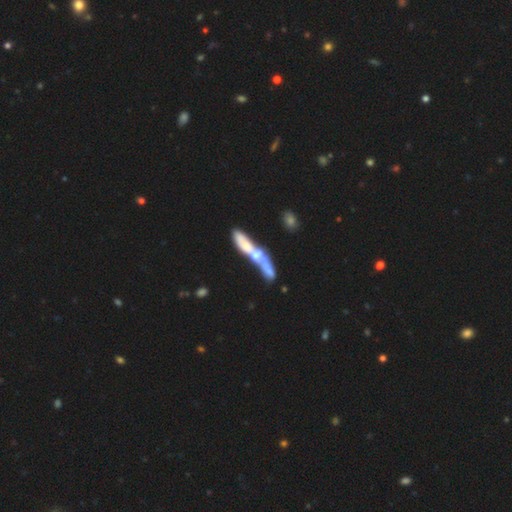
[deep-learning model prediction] A featured or disk galaxy (51%).

Vote fractions:
- Smooth or featured? featured or disk: 51% / smooth: 40% / star or artifact: 9%
- Edge-on disk? no: 64% / yes: 36%
- Merging? merger: 63% / none: 17% / major disturbance: 11% / minor disturbance: 9%